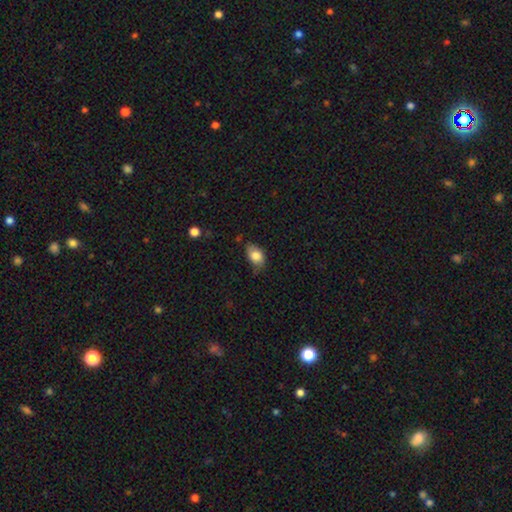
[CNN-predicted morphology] A smooth galaxy with no disk features (82%) that is in between round and cigar-shaped (86%).

Vote fractions:
- Smooth or featured? smooth: 82% / featured or disk: 10% / star or artifact: 8%
- How rounded? in between: 86% / round: 12% / cigar-shaped: 2%
- Merging? none: 64% / minor disturbance: 28% / major disturbance: 6% / merger: 2%